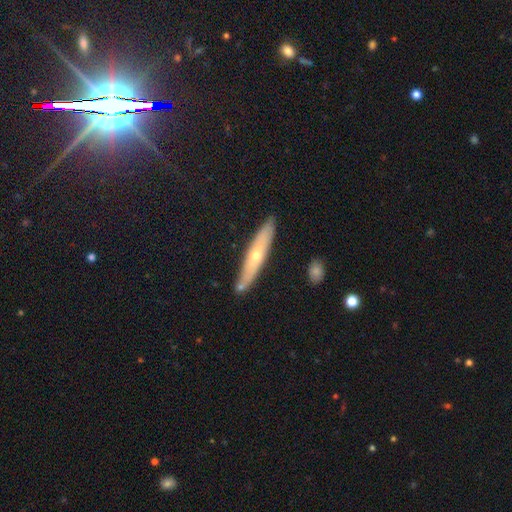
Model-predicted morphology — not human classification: This appears to be a featured or disk galaxy (52%) viewed edge-on (80%). Merging: none (82%).